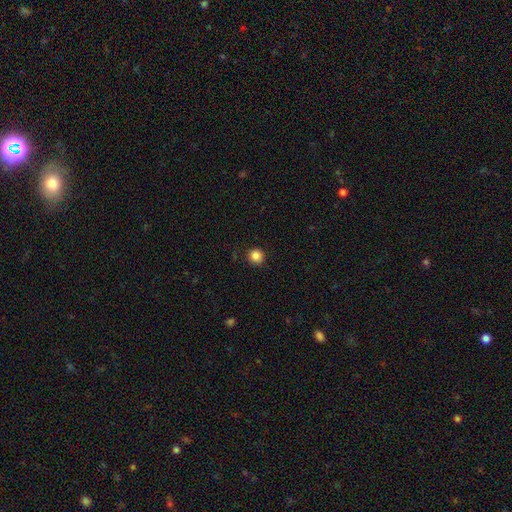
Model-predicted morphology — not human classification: A smooth galaxy with no disk features (85%) that is round (93%).

Vote fractions:
- Smooth or featured? smooth: 85% / star or artifact: 11% / featured or disk: 4%
- How rounded? round: 93% / in between: 6% / cigar-shaped: 1%
- Merging? none: 89% / minor disturbance: 8% / major disturbance: 2% / merger: 1%